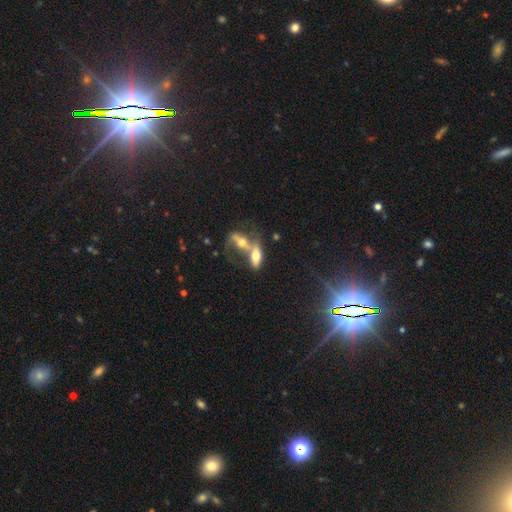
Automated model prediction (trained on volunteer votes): smooth-or-featured: smooth: 50% | featured or disk: 41% | star or artifact: 9%
  how-rounded: in between: 69% | cigar-shaped: 26% | round: 5%
  merging: merger: 67% | none: 20% | minor disturbance: 7% | major disturbance: 7%